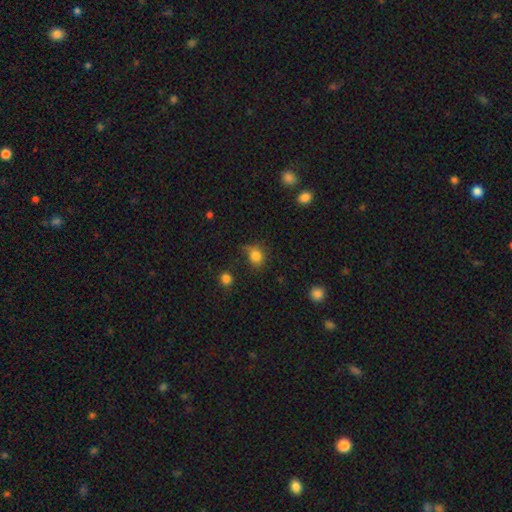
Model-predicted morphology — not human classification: This appears to be a smooth galaxy with no disk features (81%) that is round (67%). Merging: none (59%).